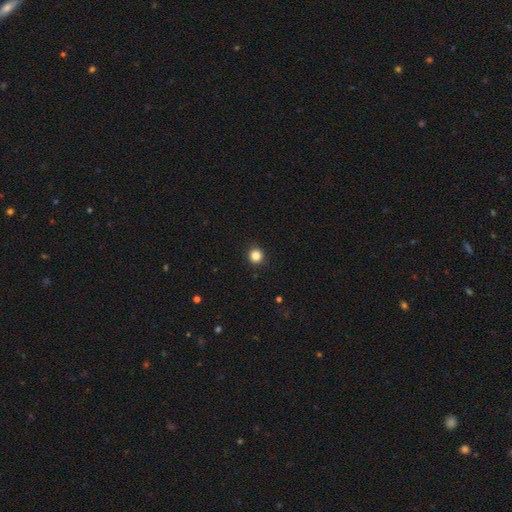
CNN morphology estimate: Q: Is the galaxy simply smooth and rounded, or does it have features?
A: smooth — 84%.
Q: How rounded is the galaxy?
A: round — 94%.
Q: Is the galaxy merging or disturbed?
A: none — 93%.